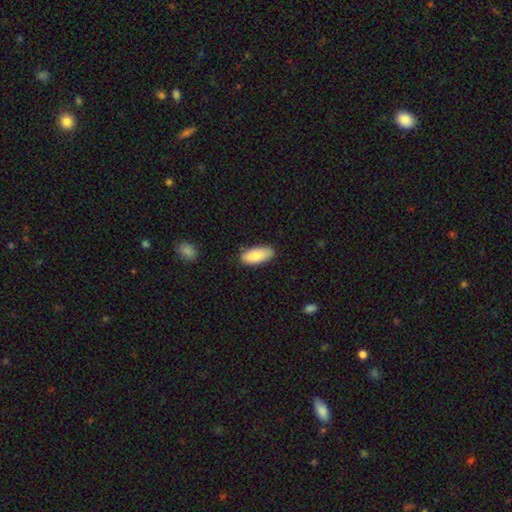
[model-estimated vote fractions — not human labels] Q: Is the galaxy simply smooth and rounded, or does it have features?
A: smooth — 85%.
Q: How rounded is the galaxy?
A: in between — 88%.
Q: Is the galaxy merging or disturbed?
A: none — 81%.